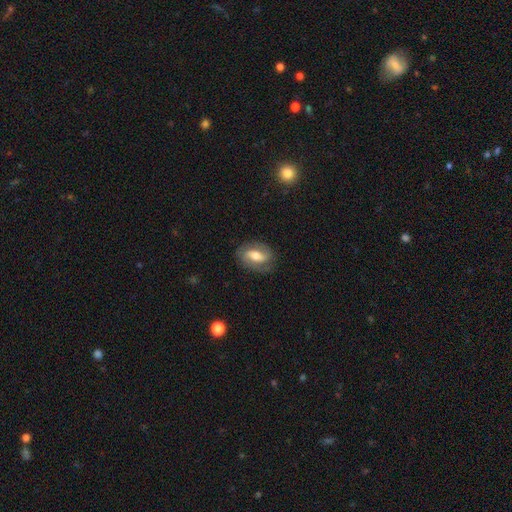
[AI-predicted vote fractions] Q: Smooth or featured?
A: featured or disk (65%); runner-up: smooth (28%)
Q: Edge-on disk?
A: no (95%); runner-up: yes (5%)
Q: Bar?
A: weak (42%); runner-up: strong (32%)
Q: Spiral arms?
A: yes (84%); runner-up: no (16%)
Q: Spiral winding?
A: medium (44%); runner-up: tight (32%)
Q: Spiral arm count?
A: 2 (84%); runner-up: can't tell (9%)
Q: Bulge size?
A: moderate (63%); runner-up: small (21%)
Q: Merging?
A: none (78%); runner-up: minor disturbance (15%)